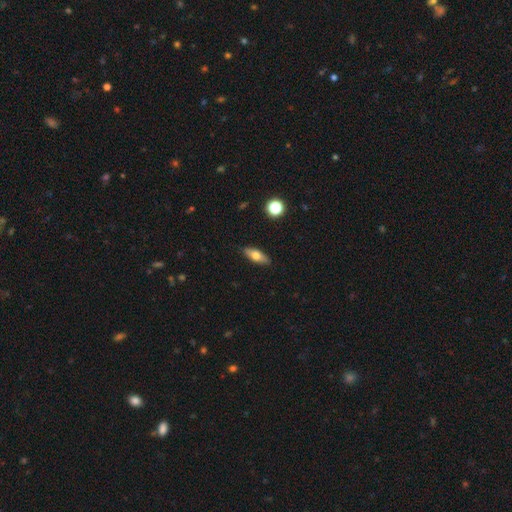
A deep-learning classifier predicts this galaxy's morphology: A smooth galaxy with no disk features (65%) that is in between round and cigar-shaped (66%). Merging: none (89%).